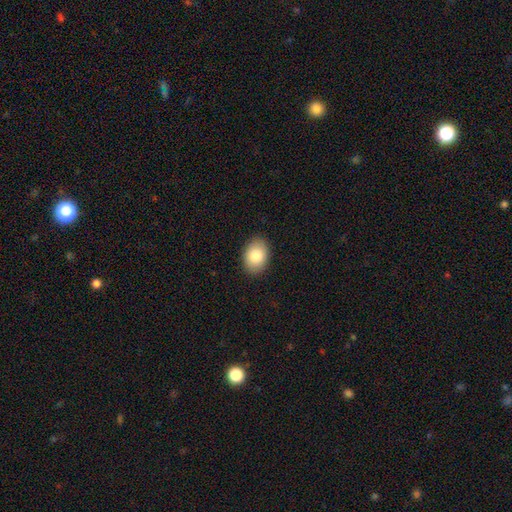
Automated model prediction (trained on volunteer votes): Smooth or featured?
  - smooth: 85% *
  - featured or disk: 8%
  - star or artifact: 7%
How rounded?
  - in between: 81% *
  - round: 18%
  - cigar-shaped: 1%
Merging?
  - none: 89% *
  - minor disturbance: 8%
  - major disturbance: 2%
  - merger: 1%